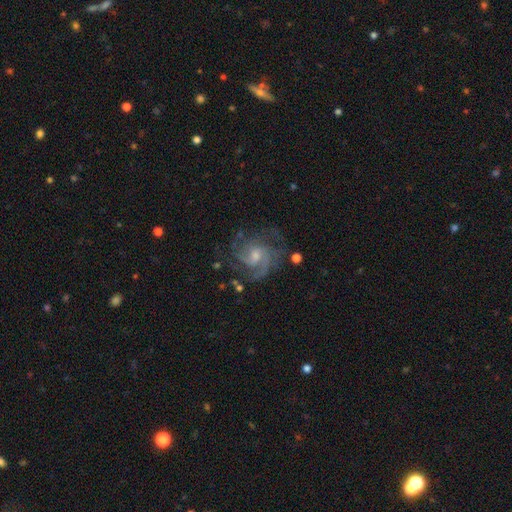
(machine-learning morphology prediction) Smooth or featured? Predicted: featured or disk (p=0.87). Edge-on disk? Predicted: no (p=0.98). Bar? Predicted: no (p=0.58). Spiral arms? Predicted: yes (p=0.97). Spiral winding? Predicted: medium (p=0.45). Spiral arm count? Predicted: 3 (p=0.36). Bulge size? Predicted: small (p=0.46). Merging? Predicted: none (p=0.70).